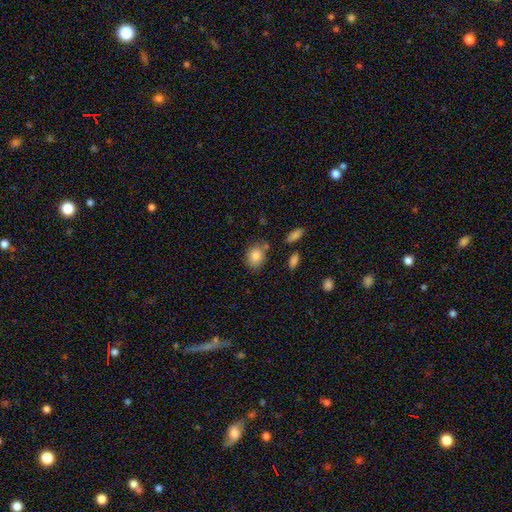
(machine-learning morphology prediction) smooth_or_featured: smooth (p=0.84) [alt: star or artifact p=0.09]
how_rounded: in between (p=0.53) [alt: round p=0.45]
merging: none (p=0.71) [alt: minor disturbance p=0.16]